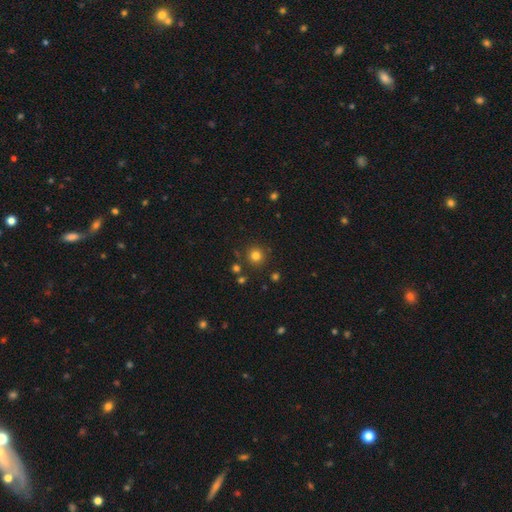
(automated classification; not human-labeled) Smooth or featured: smooth — 79% (star or artifact — 15%)
How rounded: round — 94% (in between — 5%)
Merging: none — 87% (minor disturbance — 7%)